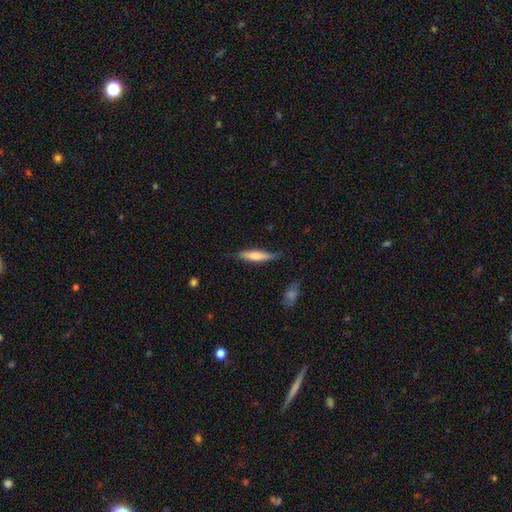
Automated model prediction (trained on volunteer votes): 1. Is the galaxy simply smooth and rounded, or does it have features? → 65% smooth, 30% featured or disk, 5% star or artifact.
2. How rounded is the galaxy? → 81% cigar-shaped, 17% in between, 2% round.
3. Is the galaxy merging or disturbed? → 77% none, 18% minor disturbance, 3% major disturbance, 2% merger.